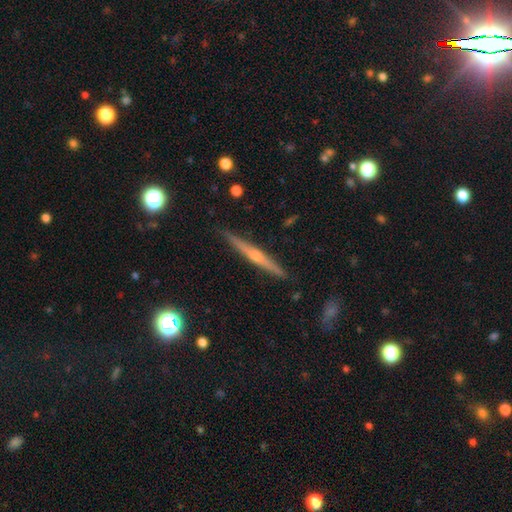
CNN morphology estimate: smooth_or_featured: featured or disk (p=0.73) [alt: smooth p=0.20]
disk_edge_on: yes (p=0.98) [alt: no p=0.02]
edge_on_bulge: rounded (p=0.77) [alt: none p=0.17]
merging: none (p=0.91) [alt: minor disturbance p=0.07]